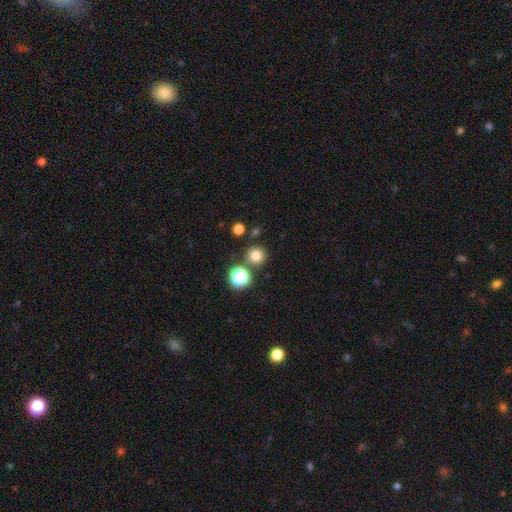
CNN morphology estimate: smooth-or-featured: smooth: 76% | star or artifact: 17% | featured or disk: 7%
  how-rounded: round: 93% | in between: 6% | cigar-shaped: 1%
  merging: none: 81% | merger: 9% | minor disturbance: 7% | major disturbance: 3%